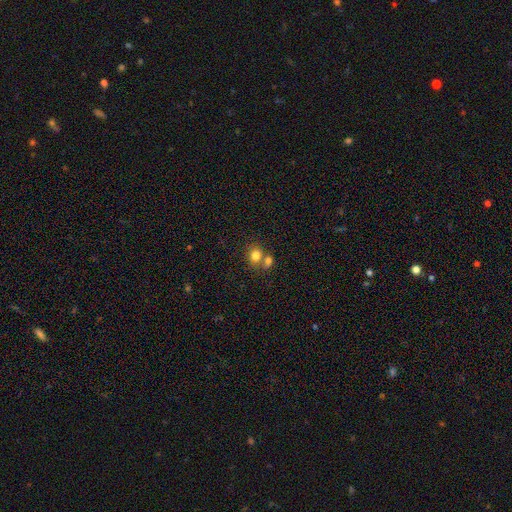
A smooth galaxy with no disk features (95%) that is round (56%).

Vote fractions:
- Smooth or featured? smooth: 95% / featured or disk: 3% / star or artifact: 3%
- How rounded? round: 56% / in between: 44% / cigar-shaped: 0%
- Merging? merger: 41% / none: 38% / minor disturbance: 16% / major disturbance: 5%